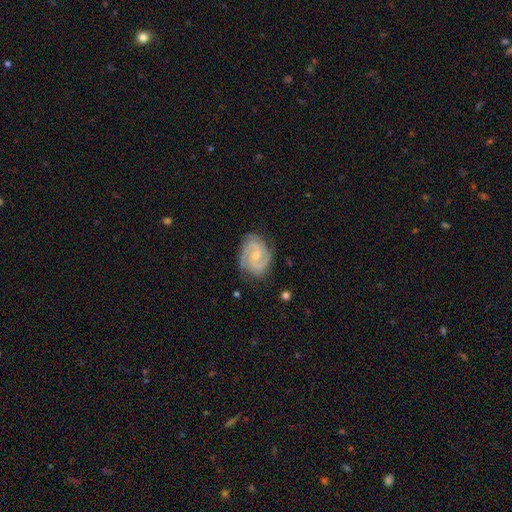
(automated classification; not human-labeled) A featured or disk galaxy (88%) with no bar (46%), 2 (76%) tight (51%) spiral arms (98%) and a small central bulge (49%).

Vote fractions:
- Smooth or featured? featured or disk: 88% / smooth: 7% / star or artifact: 5%
- Edge-on disk? no: 98% / yes: 2%
- Bar? no: 46% / weak: 45% / strong: 9%
- Spiral arms? yes: 98% / no: 2%
- Spiral winding? tight: 51% / medium: 42% / loose: 7%
- Spiral arm count? 2: 76% / 3: 13% / can't tell: 5% / 4: 2% / 1: 2% / more than 4: 2%
- Bulge size? small: 49% / moderate: 44% / none: 4% / large: 2% / dominant: 1%
- Merging? none: 78% / minor disturbance: 16% / major disturbance: 4% / merger: 1%